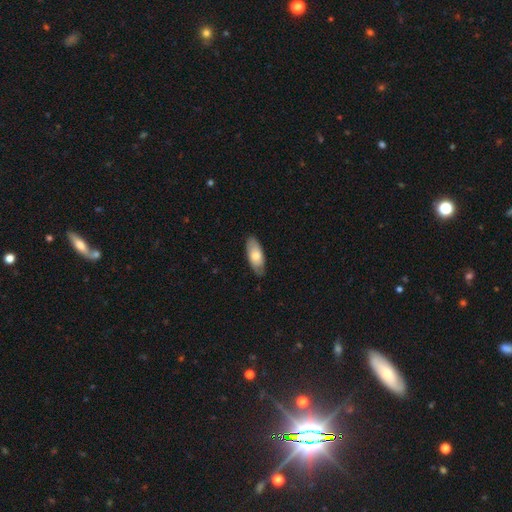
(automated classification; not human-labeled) Morphology: type=smooth (71%); roundness=in between (85%); merging=none (80%).